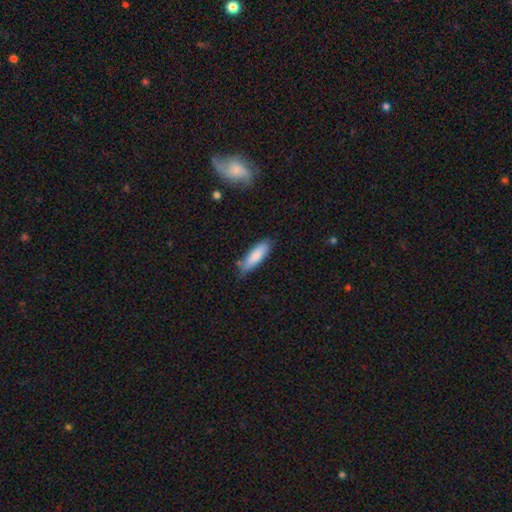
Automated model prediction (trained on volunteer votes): Morphology: type=smooth (83%); roundness=cigar-shaped (51%); merging=none (73%).